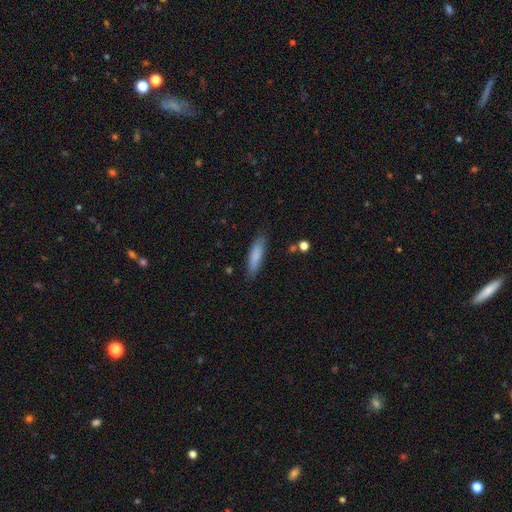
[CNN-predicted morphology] smooth_or_featured: smooth (p=0.82) [alt: featured or disk p=0.11]
how_rounded: cigar-shaped (p=0.70) [alt: in between p=0.29]
merging: none (p=0.83) [alt: minor disturbance p=0.13]